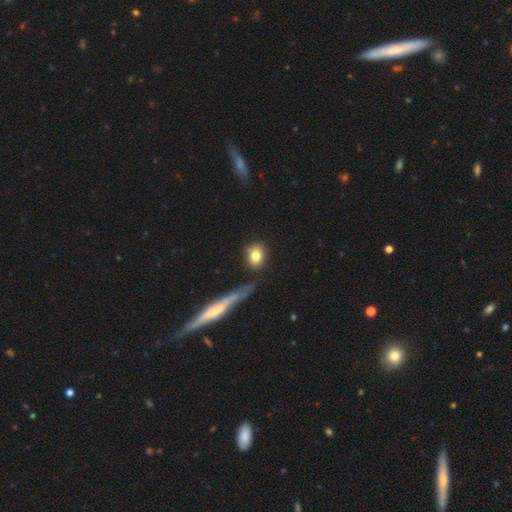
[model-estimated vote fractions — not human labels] A smooth galaxy with no disk features (80%) that is round (49%). Merging: none (81%).